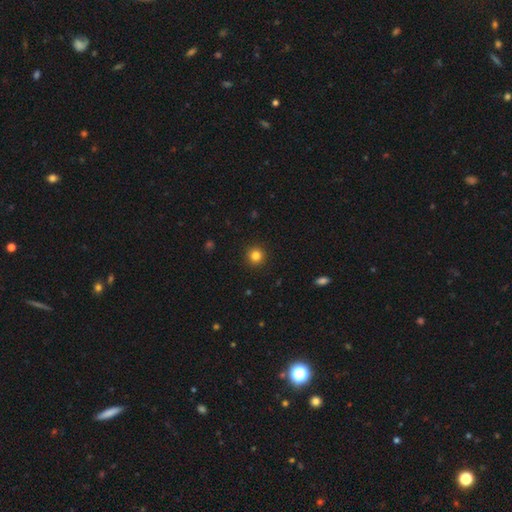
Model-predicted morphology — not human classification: Smooth or featured? smooth (83%)
How rounded? round (95%)
Merging? none (92%)